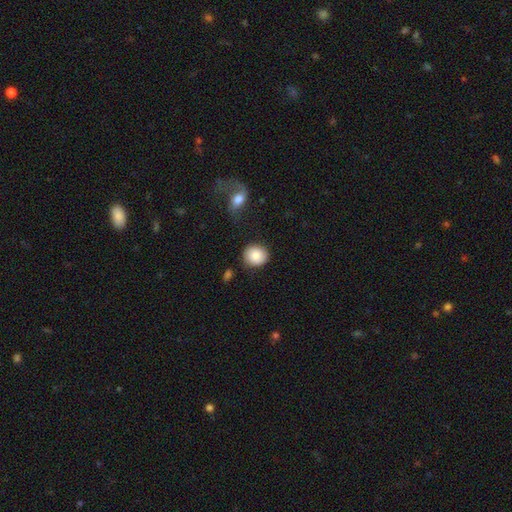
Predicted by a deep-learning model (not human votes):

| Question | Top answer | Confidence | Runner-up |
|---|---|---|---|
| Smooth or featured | smooth | 84% | featured or disk (9%) |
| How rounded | round | 82% | in between (17%) |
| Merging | none | 81% | minor disturbance (12%) |